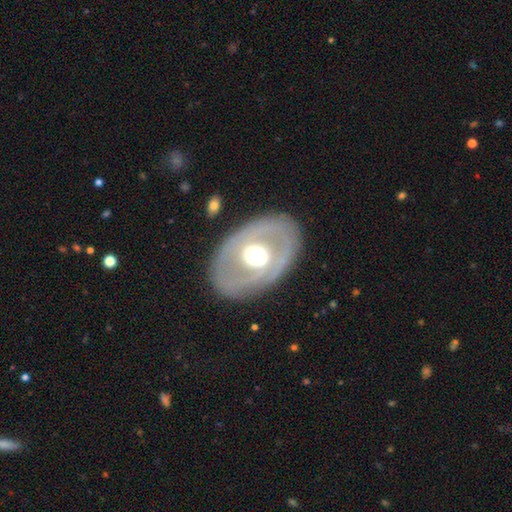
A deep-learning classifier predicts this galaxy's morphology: type=featured or disk (70%); edge-on=no (92%); bar=no (58%); spiral arms=no (69%); bulge=moderate (59%); merging=none (83%).